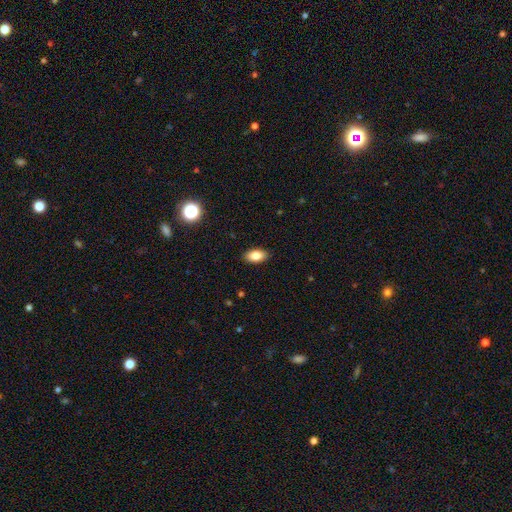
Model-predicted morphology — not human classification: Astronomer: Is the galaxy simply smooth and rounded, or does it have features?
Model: smooth — 85%.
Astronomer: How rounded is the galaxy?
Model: in between — 92%.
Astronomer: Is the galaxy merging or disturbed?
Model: none — 89%.